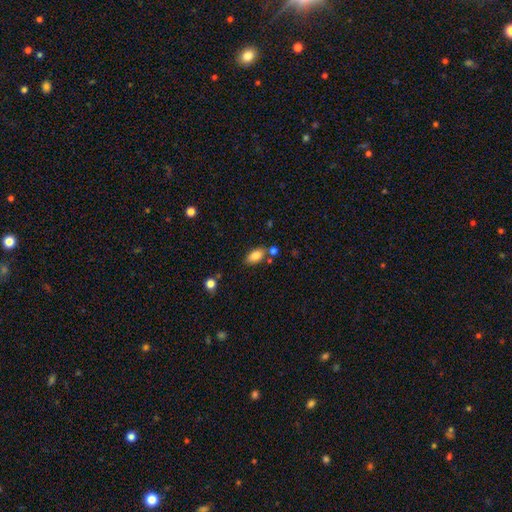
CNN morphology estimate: This appears to be a smooth galaxy with no disk features (82%) that is in between round and cigar-shaped (90%). Merging: none (71%).